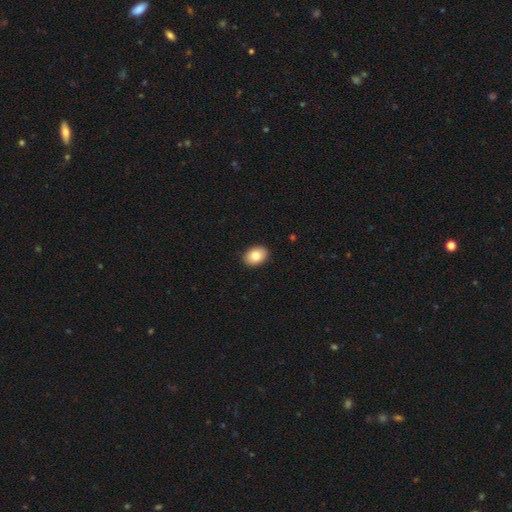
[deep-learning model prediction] A smooth galaxy with no disk features (80%) that is in between round and cigar-shaped (78%).

Vote fractions:
- Smooth or featured? smooth: 80% / featured or disk: 12% / star or artifact: 8%
- How rounded? in between: 78% / round: 21% / cigar-shaped: 1%
- Merging? none: 91% / minor disturbance: 6% / major disturbance: 2% / merger: 1%